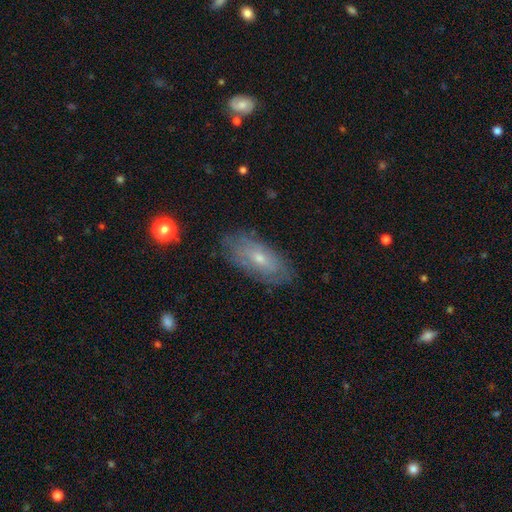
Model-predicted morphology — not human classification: This is possibly a featured or disk galaxy (46%). Merging: clearly none (82%).